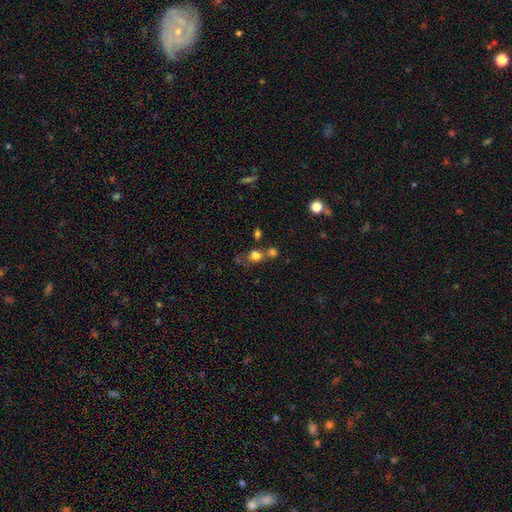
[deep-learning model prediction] smooth_or_featured: smooth (p=0.76) [alt: star or artifact p=0.15]
how_rounded: round (p=0.62) [alt: in between p=0.36]
merging: none (p=0.45) [alt: merger p=0.35]